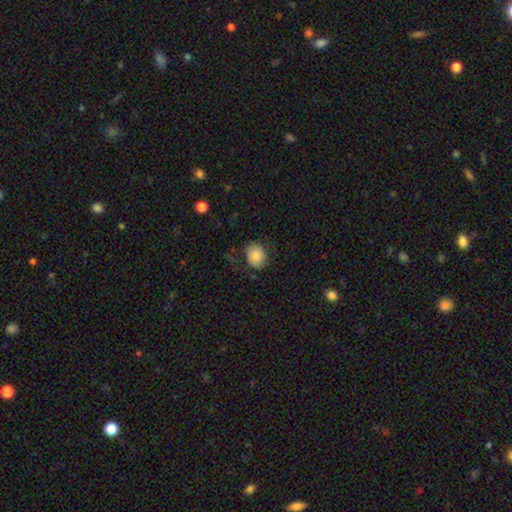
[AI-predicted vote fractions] Smooth or featured: smooth — 77% (featured or disk — 15%)
How rounded: round — 57% (in between — 42%)
Merging: none — 68% (minor disturbance — 22%)